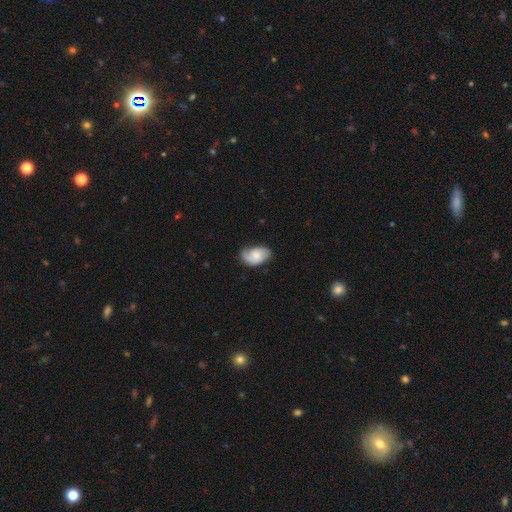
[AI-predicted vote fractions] Smooth or featured? featured or disk (52%)
Edge-on disk? no (96%)
Bar? no (70%)
Spiral arms? yes (89%)
Bulge size? small (42%)
Merging? none (60%)